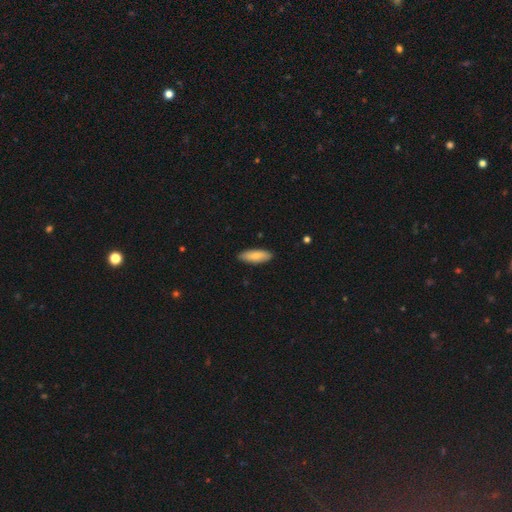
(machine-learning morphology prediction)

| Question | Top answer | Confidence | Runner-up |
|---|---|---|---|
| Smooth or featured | smooth | 83% | featured or disk (12%) |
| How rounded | in between | 64% | cigar-shaped (34%) |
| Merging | none | 89% | minor disturbance (9%) |